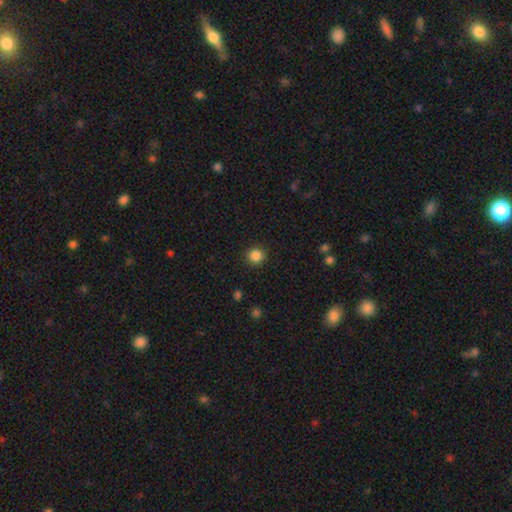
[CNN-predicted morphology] Q: Smooth or featured?
A: smooth (86%); runner-up: star or artifact (11%)
Q: How rounded?
A: round (93%); runner-up: in between (6%)
Q: Merging?
A: none (91%); runner-up: minor disturbance (6%)